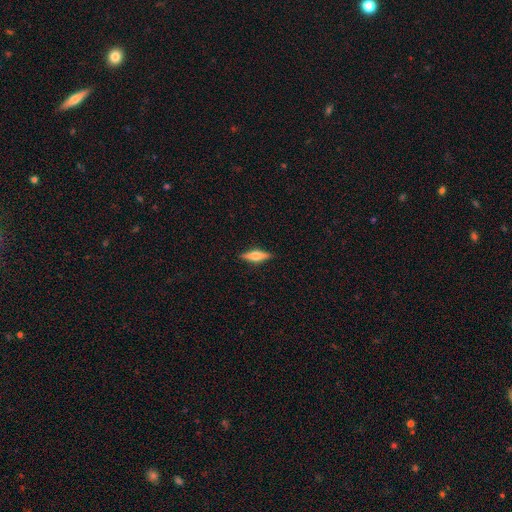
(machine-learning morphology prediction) smooth_or_featured: smooth (p=0.48) [alt: featured or disk p=0.46]
merging: none (p=0.89) [alt: minor disturbance p=0.08]